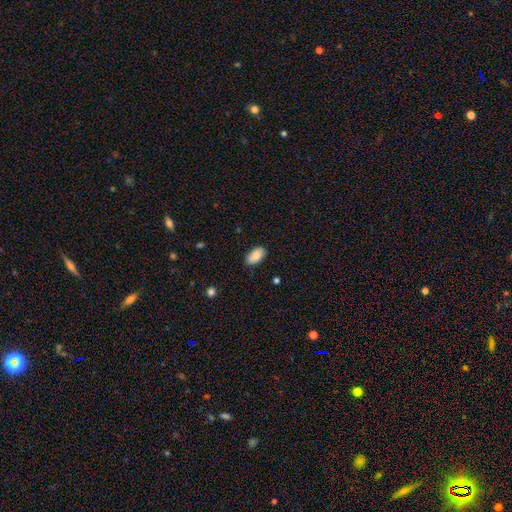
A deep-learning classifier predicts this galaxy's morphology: Smooth or featured? Predicted: smooth (p=0.86). How rounded? Predicted: in between (p=0.94). Merging? Predicted: none (p=0.83).